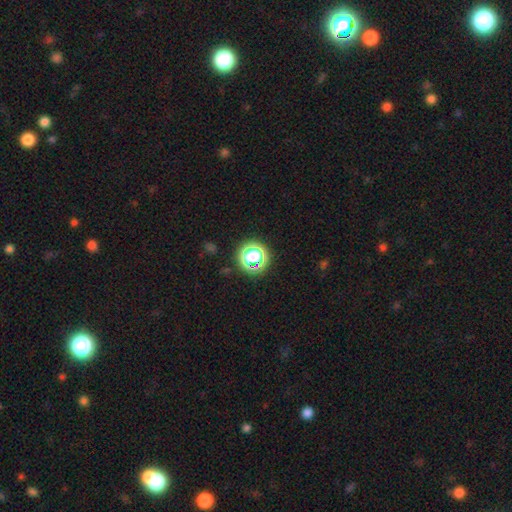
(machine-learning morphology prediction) Q: Smooth or featured?
A: star or artifact (45%); runner-up: smooth (44%)